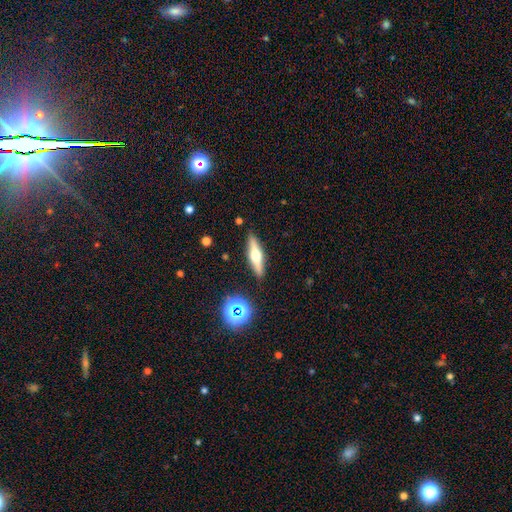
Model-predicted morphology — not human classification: A featured or disk galaxy (58%) viewed edge-on (94%) with a rounded central bulge (94%).

Vote fractions:
- Smooth or featured? featured or disk: 58% / smooth: 34% / star or artifact: 8%
- Edge-on disk? yes: 94% / no: 6%
- Edge-on bulge? rounded: 94% / boxy: 4% / none: 3%
- Merging? none: 89% / minor disturbance: 8% / major disturbance: 2% / merger: 2%